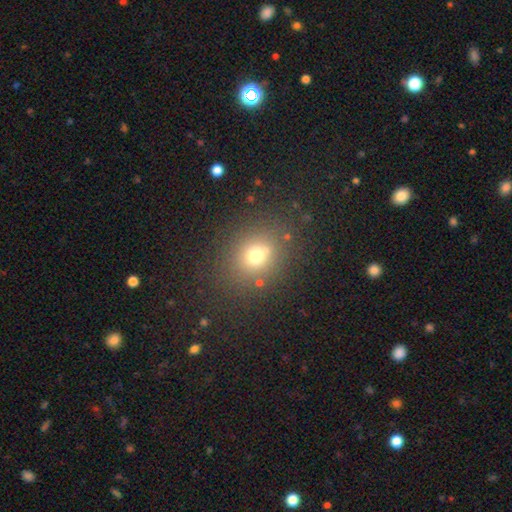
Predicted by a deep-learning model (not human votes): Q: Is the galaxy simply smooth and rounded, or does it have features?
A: smooth — 67%.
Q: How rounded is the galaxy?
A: round — 71%.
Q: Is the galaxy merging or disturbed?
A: none — 74%.